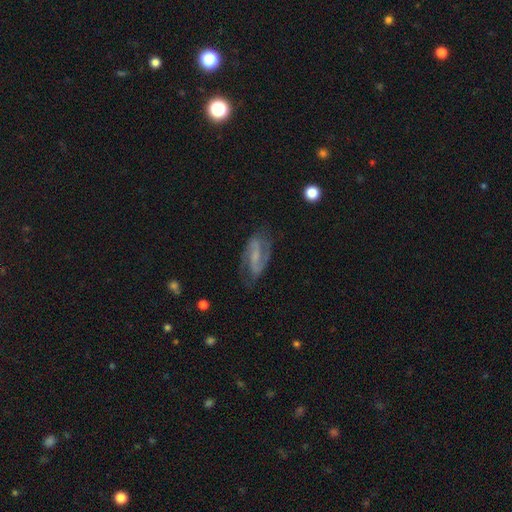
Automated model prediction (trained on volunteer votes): Smooth or featured: featured or disk — 82% (smooth — 11%)
Edge-on disk: no — 96% (yes — 4%)
Bar: weak — 44% (strong — 37%)
Spiral arms: yes — 95% (no — 5%)
Spiral winding: medium — 51% (loose — 25%)
Spiral arm count: 2 — 90% (can't tell — 5%)
Bulge size: small — 48% (none — 29%)
Merging: none — 75% (minor disturbance — 17%)